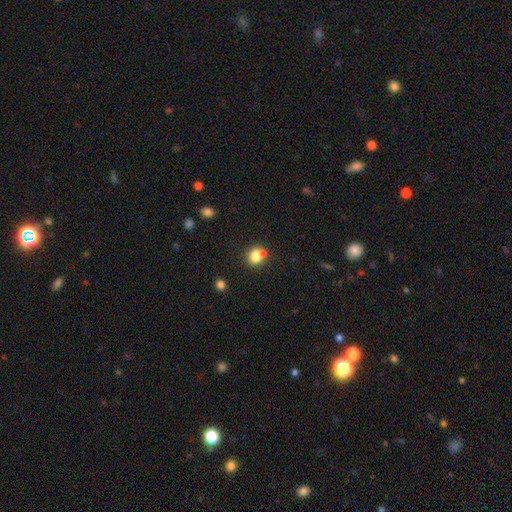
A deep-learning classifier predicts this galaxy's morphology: Smooth or featured: smooth — 78% (star or artifact — 12%)
How rounded: round — 74% (in between — 25%)
Merging: none — 53% (merger — 31%)